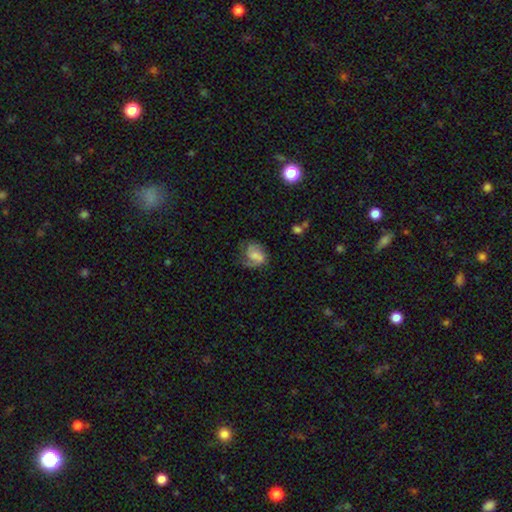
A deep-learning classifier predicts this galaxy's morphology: A featured or disk galaxy (65%) with no bar (46%), 2 (71%) medium (48%) spiral arms (91%) and a small central bulge (39%). Merging: none (58%).